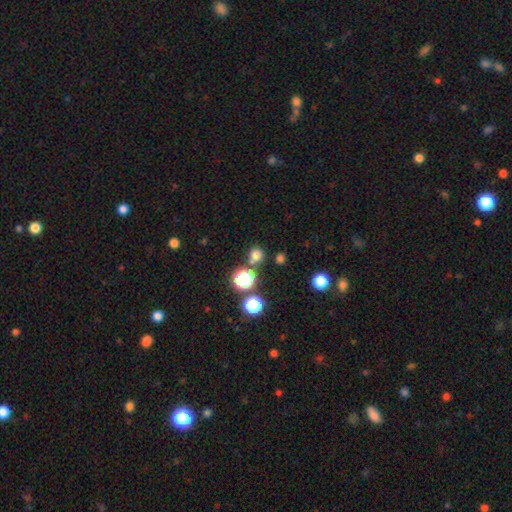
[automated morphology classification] smooth-or-featured: smooth: 71% | star or artifact: 23% | featured or disk: 5%
  how-rounded: round: 90% | in between: 9% | cigar-shaped: 1%
  merging: none: 78% | merger: 10% | minor disturbance: 8% | major disturbance: 3%